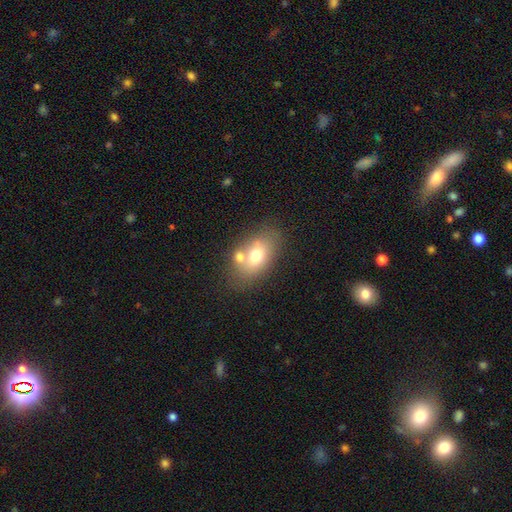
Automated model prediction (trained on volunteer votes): smooth 68%, featured or disk 22%, star or artifact 10%. Down the decision tree: how rounded — in between (84%); merging — none (55%).